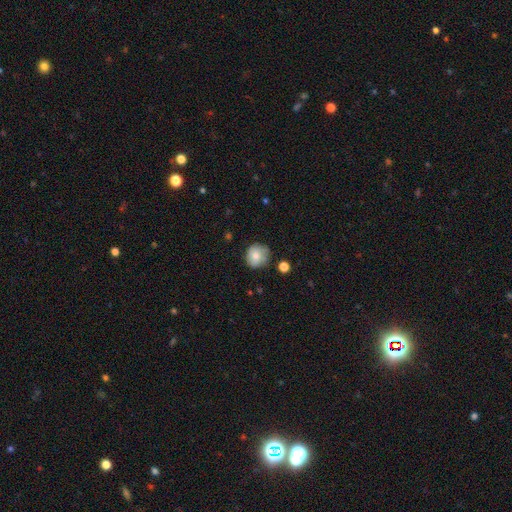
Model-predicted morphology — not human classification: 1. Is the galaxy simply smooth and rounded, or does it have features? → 73% smooth, 19% featured or disk, 8% star or artifact.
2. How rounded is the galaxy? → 84% round, 15% in between, 1% cigar-shaped.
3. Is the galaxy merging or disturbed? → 68% none, 24% minor disturbance, 6% major disturbance, 3% merger.